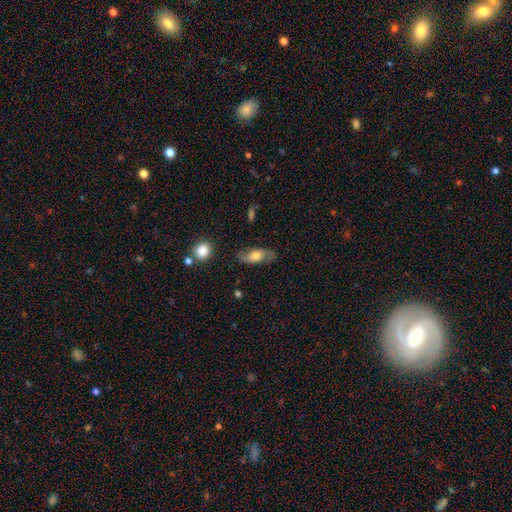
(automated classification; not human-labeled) smooth 51%, featured or disk 42%, star or artifact 7%. Down the decision tree: how rounded — in between (77%); merging — none (76%).